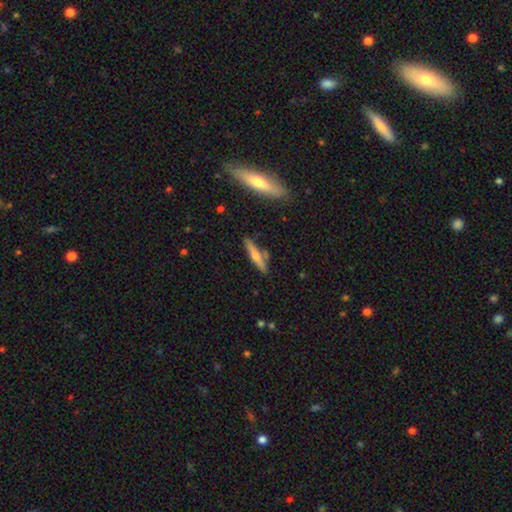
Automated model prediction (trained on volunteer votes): Smooth or featured? Predicted: featured or disk (p=0.53). Edge-on disk? Predicted: yes (p=0.95). Edge-on bulge? Predicted: rounded (p=0.85). Merging? Predicted: none (p=0.78).